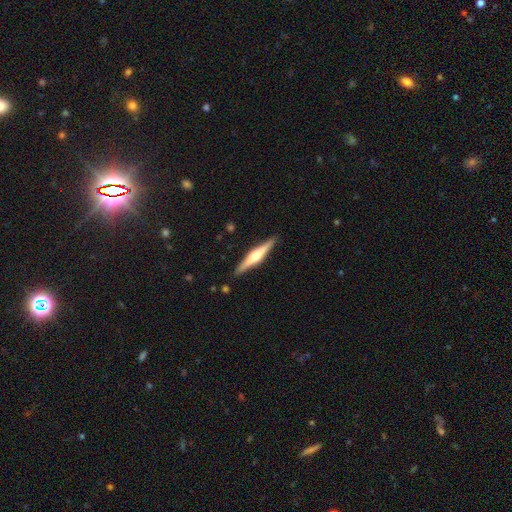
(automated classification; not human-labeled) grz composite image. It shows a featured or disk galaxy (68%) viewed edge-on (98%) with a rounded central bulge (83%). Merging: none (90%).